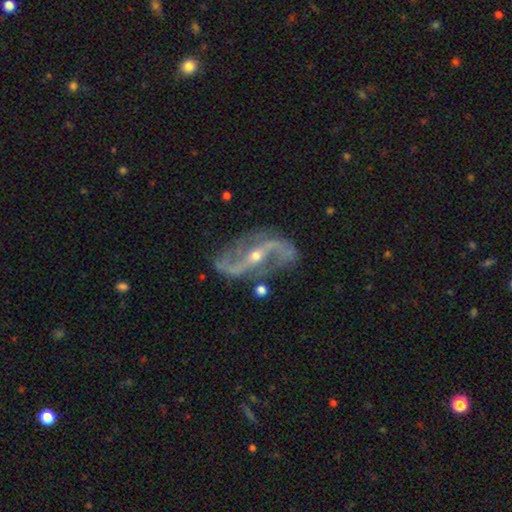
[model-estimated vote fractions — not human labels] This is clearly a featured or disk galaxy (91%). It is clearly not viewed edge-on (95%). Bar: marginally strong (41%). Spiral arm pattern: clearly yes (97%). Spiral arm count: clearly 2 (93%). Spiral winding: likely loose (68%). Central bulge: possibly small (59%). Merging: likely none (74%).